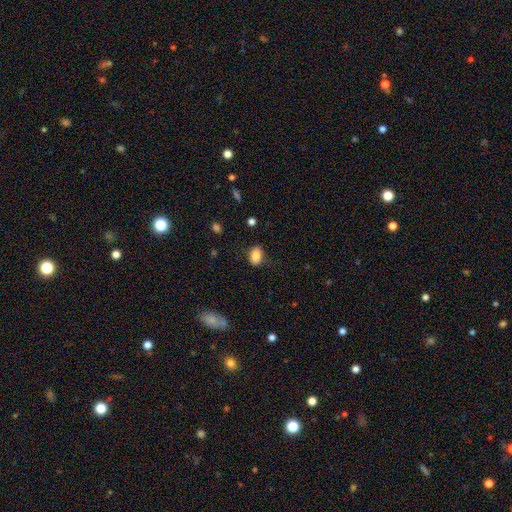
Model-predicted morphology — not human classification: Smooth or featured: smooth — 84% (star or artifact — 9%)
How rounded: in between — 81% (round — 18%)
Merging: none — 79% (minor disturbance — 15%)